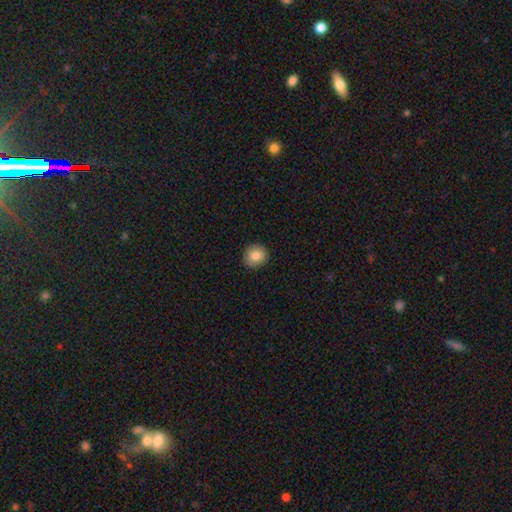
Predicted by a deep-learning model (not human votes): Smooth or featured: smooth — 84% (star or artifact — 9%)
How rounded: round — 83% (in between — 16%)
Merging: none — 90% (minor disturbance — 7%)